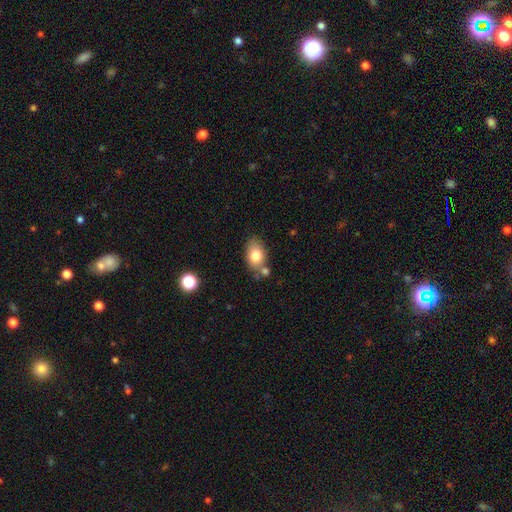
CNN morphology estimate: Q: Smooth or featured?
A: smooth (78%); runner-up: featured or disk (14%)
Q: How rounded?
A: in between (82%); runner-up: round (16%)
Q: Merging?
A: none (63%); runner-up: minor disturbance (17%)